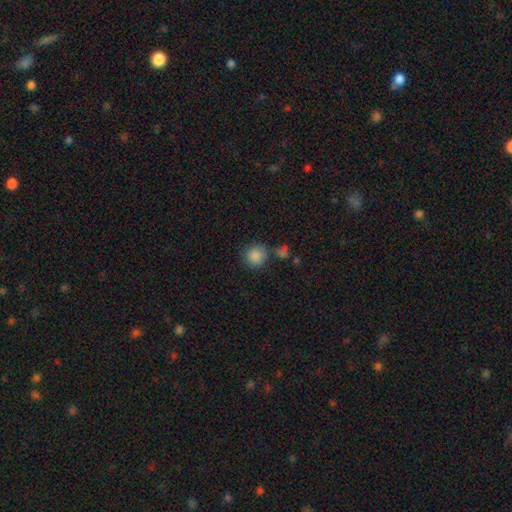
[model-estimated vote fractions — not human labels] Morphology: type=smooth (87%); roundness=round (91%); merging=none (72%).